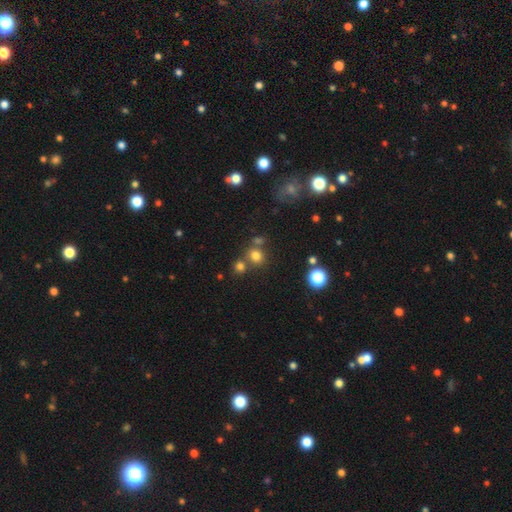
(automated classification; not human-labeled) The model was most divided on "merging": none: 65%, merger: 22%, minor disturbance: 9%, major disturbance: 4%. More confident: how rounded — round (82%); smooth or featured — smooth (74%).